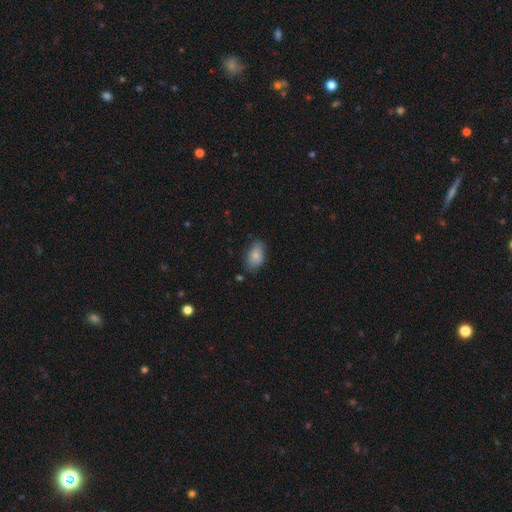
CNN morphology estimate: Smooth or featured: smooth — 82% (featured or disk — 11%)
How rounded: in between — 91% (round — 7%)
Merging: none — 71% (minor disturbance — 23%)